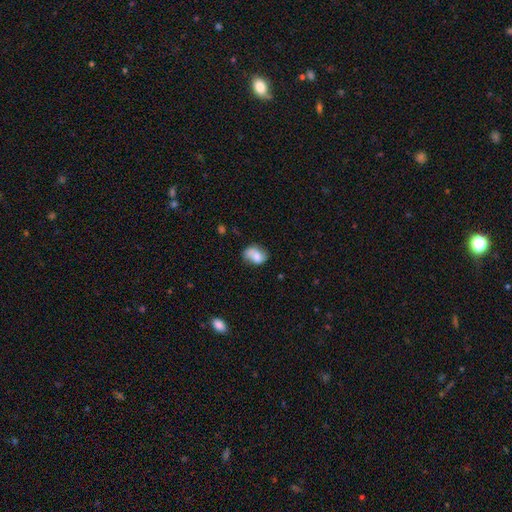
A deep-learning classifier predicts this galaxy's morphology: Smooth or featured? smooth (72%)
How rounded? in between (74%)
Merging? none (48%)